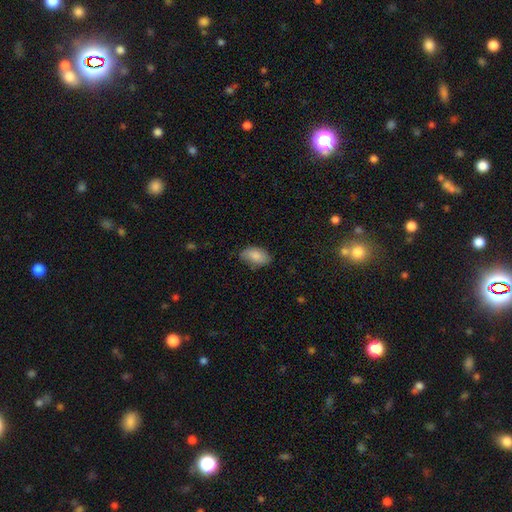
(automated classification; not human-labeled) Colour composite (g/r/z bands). It shows a smooth galaxy with no disk features (84%) that is in between round and cigar-shaped (93%). Merging: none (71%).